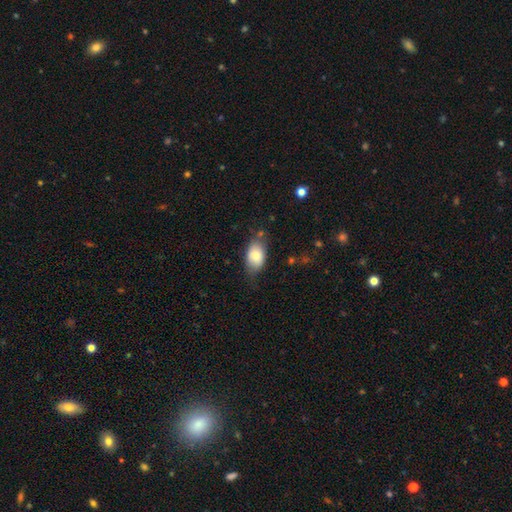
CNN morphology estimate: Q: Smooth or featured?
A: smooth (79%); runner-up: featured or disk (14%)
Q: How rounded?
A: in between (89%); runner-up: round (9%)
Q: Merging?
A: none (65%); runner-up: minor disturbance (25%)